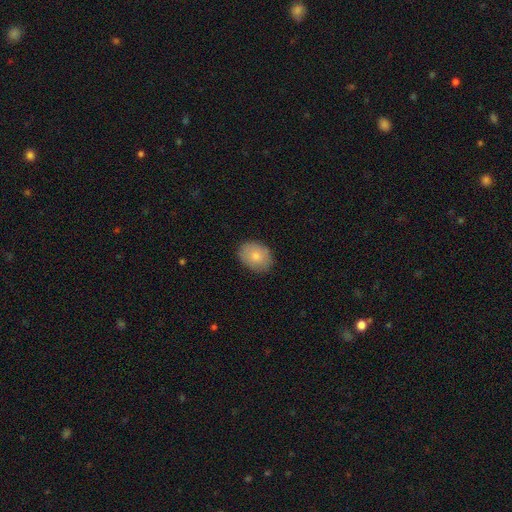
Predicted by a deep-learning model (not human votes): Smooth or featured? smooth (82%)
How rounded? in between (65%)
Merging? none (85%)